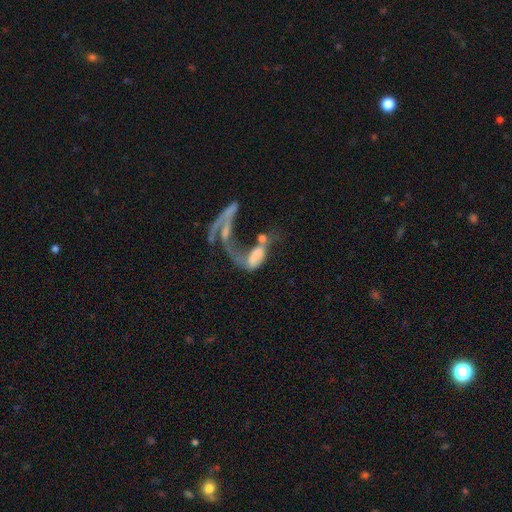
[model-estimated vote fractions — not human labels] Overall: smooth (44%, tied with featured or disk). Merging: merger (59%; major disturbance 27%).